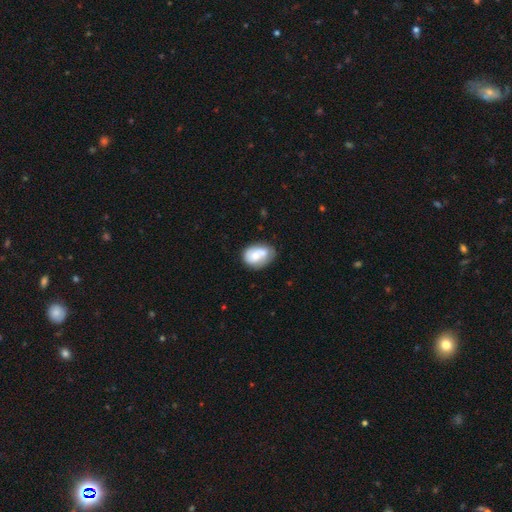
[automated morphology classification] smooth-or-featured: smooth: 58% | featured or disk: 35% | star or artifact: 7%
  how-rounded: in between: 74% | round: 25% | cigar-shaped: 1%
  merging: none: 44% | merger: 26% | minor disturbance: 22% | major disturbance: 8%